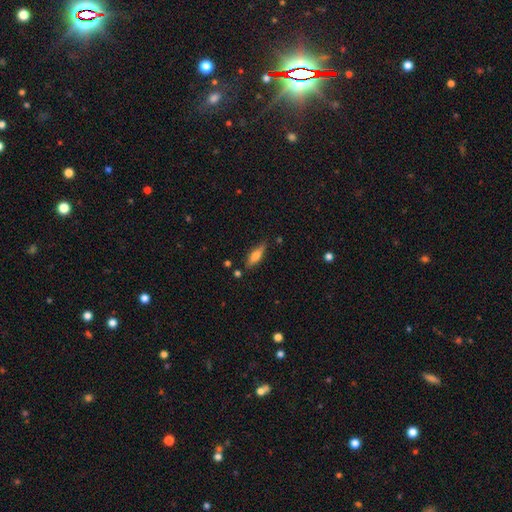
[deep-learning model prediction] Smooth or featured: smooth — 62% (featured or disk — 31%)
How rounded: cigar-shaped — 49% (tied with in between — 49%)
Merging: none — 76% (minor disturbance — 18%)